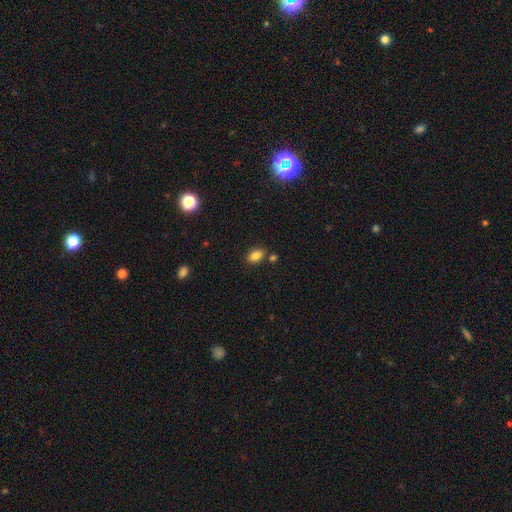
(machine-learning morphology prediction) This appears to be a smooth galaxy with no disk features (82%) that is in between round and cigar-shaped (84%). Merging: none (78%).